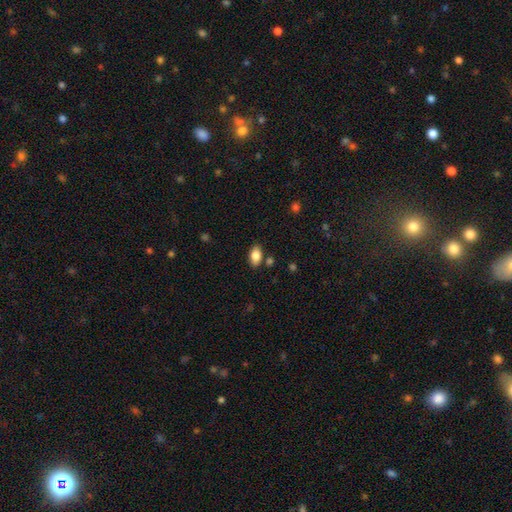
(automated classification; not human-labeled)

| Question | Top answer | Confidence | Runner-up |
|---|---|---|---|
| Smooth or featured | smooth | 84% | featured or disk (8%) |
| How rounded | in between | 91% | round (6%) |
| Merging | none | 81% | minor disturbance (11%) |